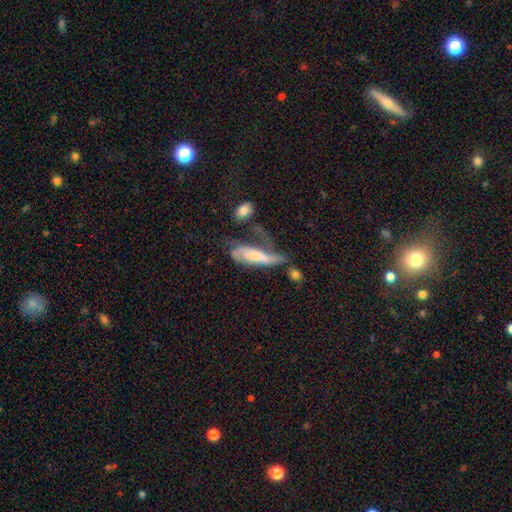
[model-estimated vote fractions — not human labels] smooth 47%, featured or disk 45%, star or artifact 8%. Down the decision tree: merging — major disturbance (43%).